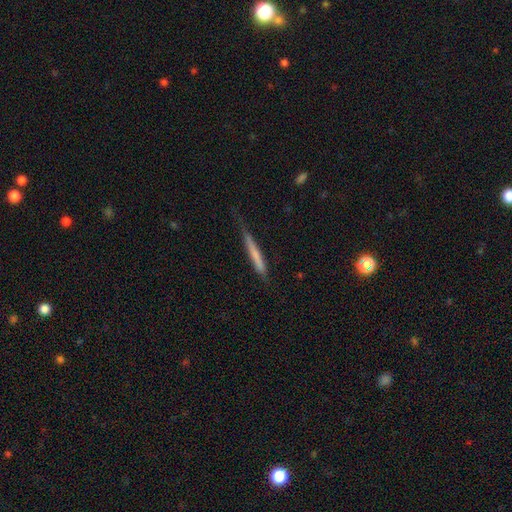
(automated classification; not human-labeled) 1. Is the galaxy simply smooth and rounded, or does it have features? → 62% smooth, 32% featured or disk, 6% star or artifact.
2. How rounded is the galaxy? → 96% cigar-shaped, 3% in between, 1% round.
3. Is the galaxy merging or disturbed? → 64% none, 27% minor disturbance, 7% major disturbance, 2% merger.